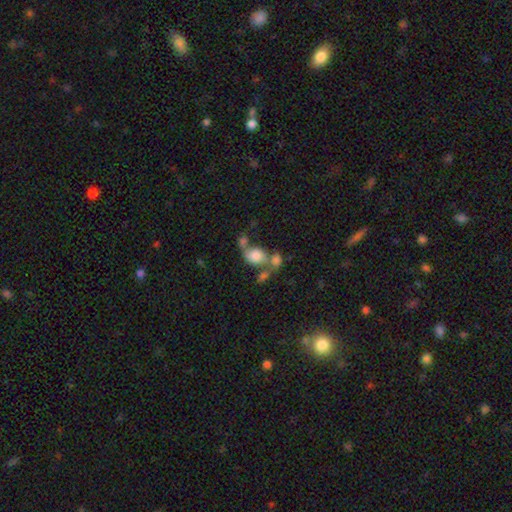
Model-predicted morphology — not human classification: Q: Smooth or featured?
A: smooth (70%); runner-up: featured or disk (19%)
Q: How rounded?
A: in between (56%); runner-up: round (42%)
Q: Merging?
A: merger (53%); runner-up: none (23%)